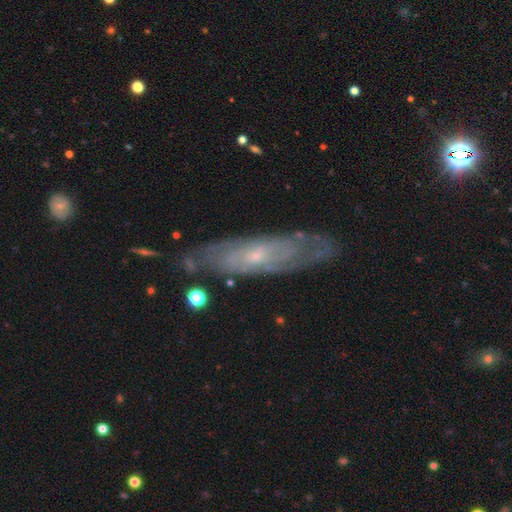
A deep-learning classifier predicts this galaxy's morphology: Smooth or featured: featured or disk — 76% (smooth — 17%)
Edge-on disk: no — 77% (yes — 23%)
Bar: no — 69% (weak — 26%)
Spiral arms: yes — 81% (no — 19%)
Bulge size: small — 71% (moderate — 24%)
Merging: none — 73% (minor disturbance — 19%)